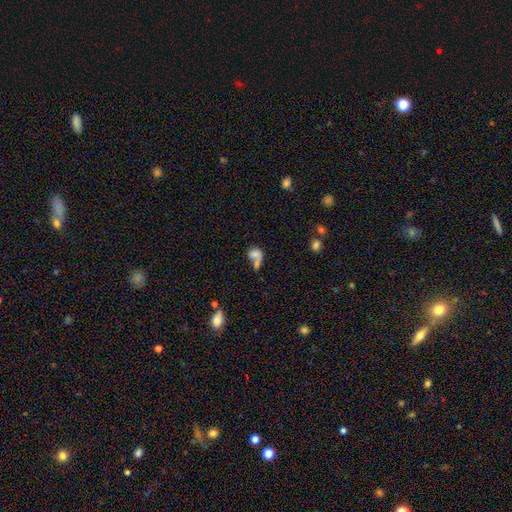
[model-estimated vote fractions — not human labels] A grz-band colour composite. It shows a smooth galaxy with no disk features (68%) that is in between round and cigar-shaped (65%). Merging: merger (54%).